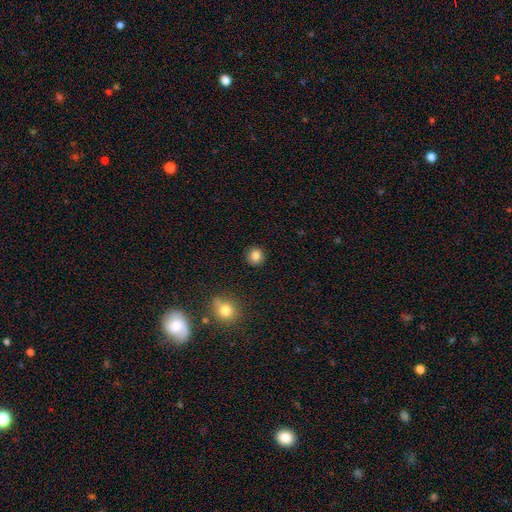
Smooth or featured?
  - smooth: 97% *
  - featured or disk: 3%
  - star or artifact: 0%
How rounded?
  - round: 97% *
  - in between: 3%
  - cigar-shaped: 0%
Merging?
  - none: 100% *
  - minor disturbance: 0%
  - major disturbance: 0%
  - merger: 0%